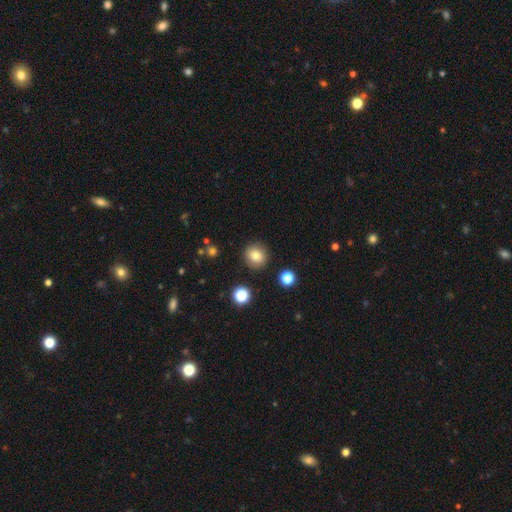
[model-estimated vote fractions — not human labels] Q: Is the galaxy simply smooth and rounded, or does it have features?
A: smooth — 79%.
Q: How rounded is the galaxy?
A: round — 89%.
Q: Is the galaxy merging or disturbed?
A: none — 89%.